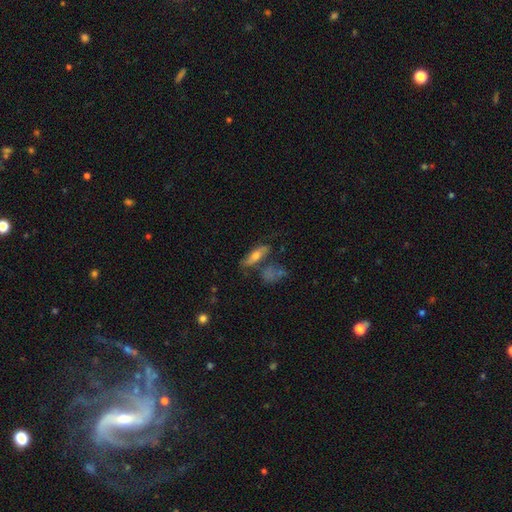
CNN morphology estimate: A smooth galaxy with no disk features (56%) that is in between round and cigar-shaped (51%).

Vote fractions:
- Smooth or featured? smooth: 56% / featured or disk: 36% / star or artifact: 8%
- How rounded? in between: 51% / cigar-shaped: 45% / round: 4%
- Merging? none: 56% / minor disturbance: 21% / merger: 13% / major disturbance: 10%